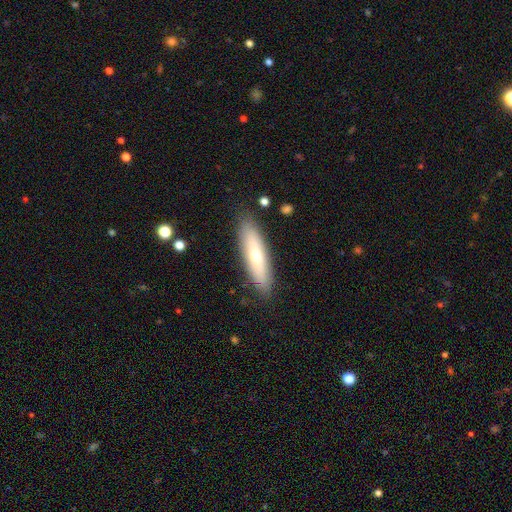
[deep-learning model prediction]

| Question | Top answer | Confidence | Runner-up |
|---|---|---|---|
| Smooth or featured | smooth | 57% | featured or disk (37%) |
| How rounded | cigar-shaped | 63% | in between (35%) |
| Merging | none | 87% | minor disturbance (10%) |